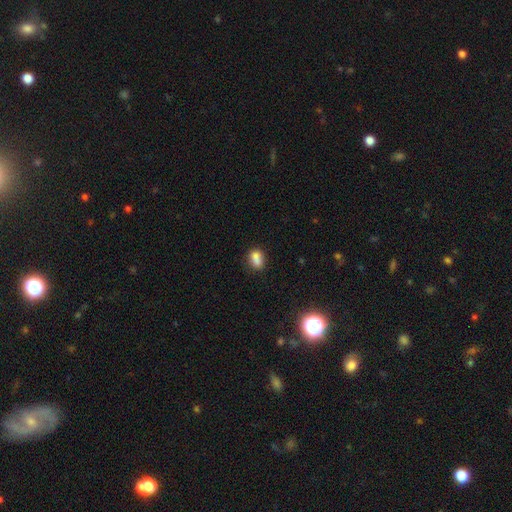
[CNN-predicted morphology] smooth-or-featured: smooth: 78% | featured or disk: 12% | star or artifact: 10%
  how-rounded: in between: 68% | round: 26% | cigar-shaped: 6%
  merging: none: 53% | merger: 24% | minor disturbance: 18% | major disturbance: 5%